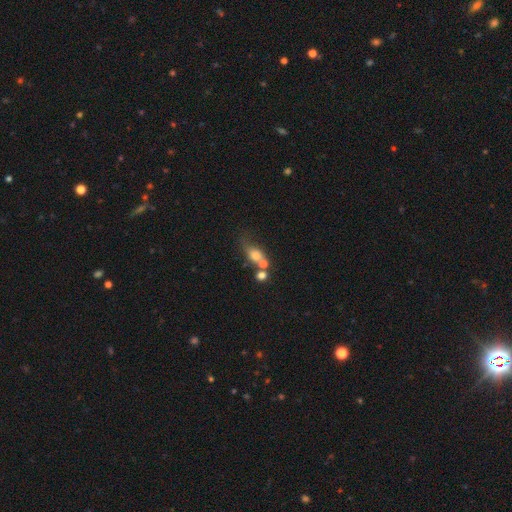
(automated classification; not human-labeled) smooth 68%, featured or disk 19%, star or artifact 13%. Down the decision tree: how rounded — in between (56%); merging — merger (37%).